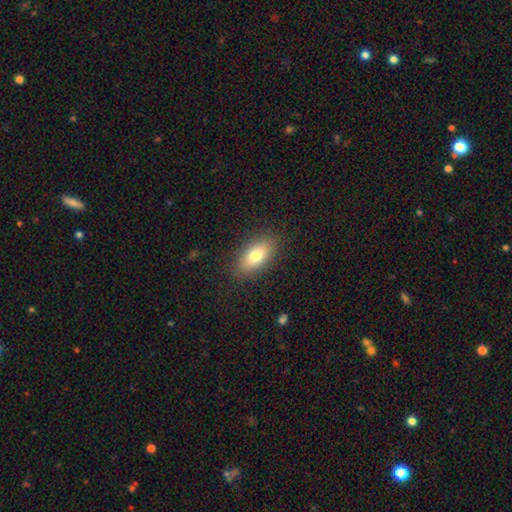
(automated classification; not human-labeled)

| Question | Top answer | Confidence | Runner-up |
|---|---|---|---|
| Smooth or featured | smooth | 77% | featured or disk (15%) |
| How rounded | in between | 86% | cigar-shaped (8%) |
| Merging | none | 86% | minor disturbance (10%) |